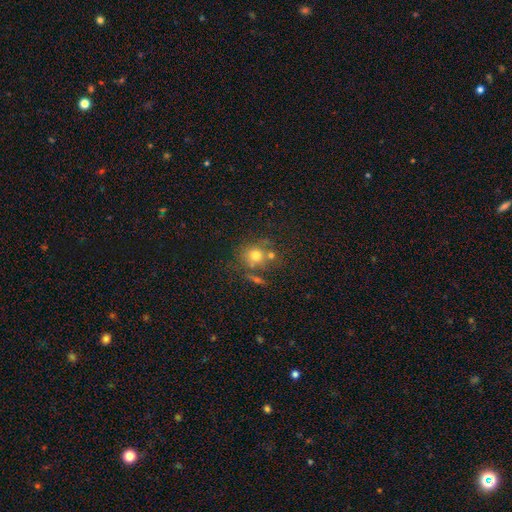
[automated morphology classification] Smooth or featured? smooth (69%)
How rounded? round (82%)
Merging? none (59%)